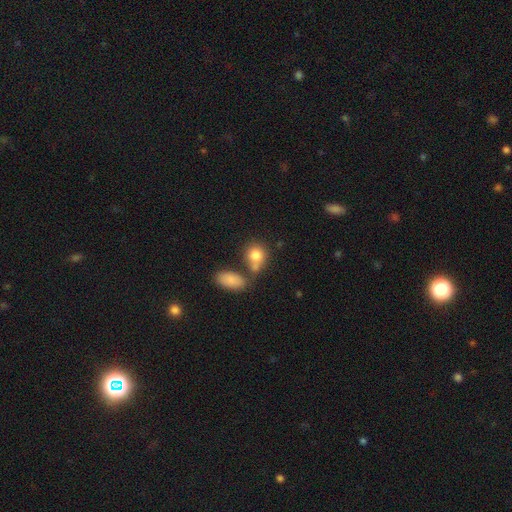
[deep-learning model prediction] The model was most divided on "merging": none: 47%, merger: 33%, minor disturbance: 13%, major disturbance: 6%. More confident: smooth or featured — smooth (81%); how rounded — round (60%).